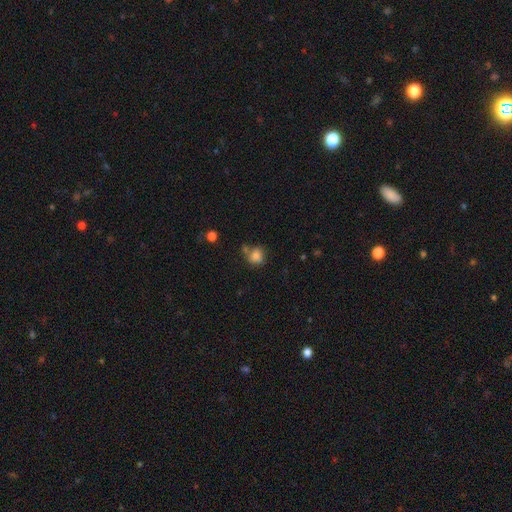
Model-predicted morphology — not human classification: Overall: smooth (79%). How rounded: round (77%). Merging: none (57%; merger 18%).